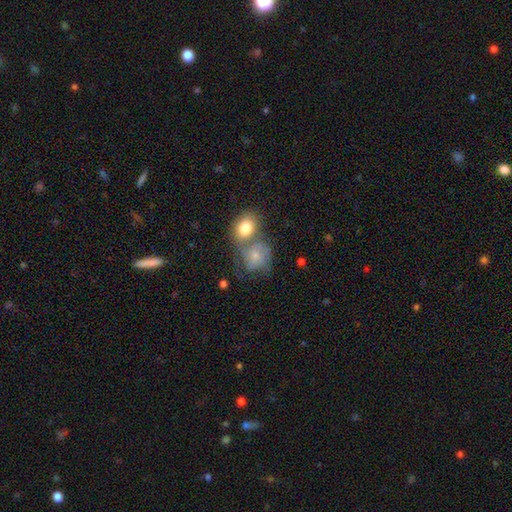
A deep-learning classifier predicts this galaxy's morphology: This is possibly a smooth galaxy (58%). How rounded: likely round (62%). Merging: possibly merger (53%).